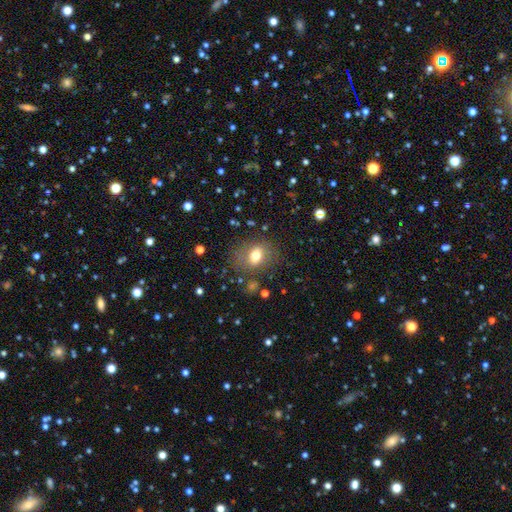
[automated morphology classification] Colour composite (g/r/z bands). It shows a smooth galaxy with no disk features (72%) that is in between round and cigar-shaped (63%). Merging: none (74%).